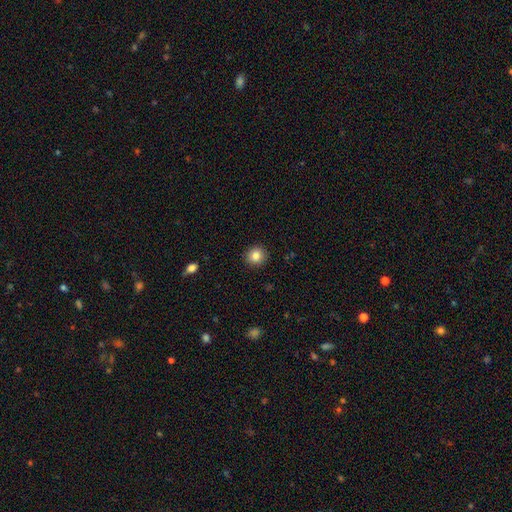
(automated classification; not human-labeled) Overall: smooth (84%). How rounded: round (90%). Merging: none (92%).